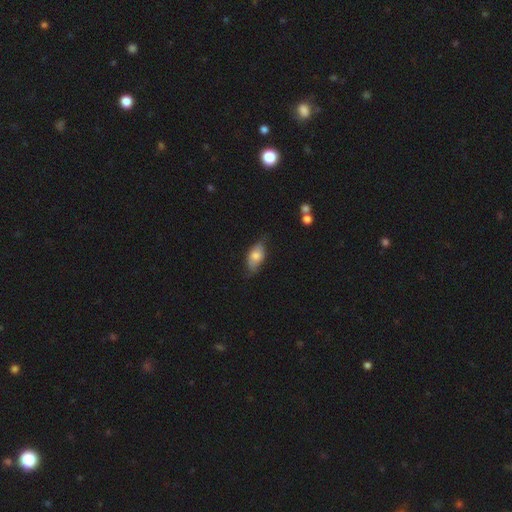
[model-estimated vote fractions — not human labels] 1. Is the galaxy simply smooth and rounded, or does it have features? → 70% smooth, 23% featured or disk, 7% star or artifact.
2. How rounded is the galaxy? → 88% in between, 7% cigar-shaped, 5% round.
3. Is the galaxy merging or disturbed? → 65% none, 28% minor disturbance, 5% major disturbance, 2% merger.